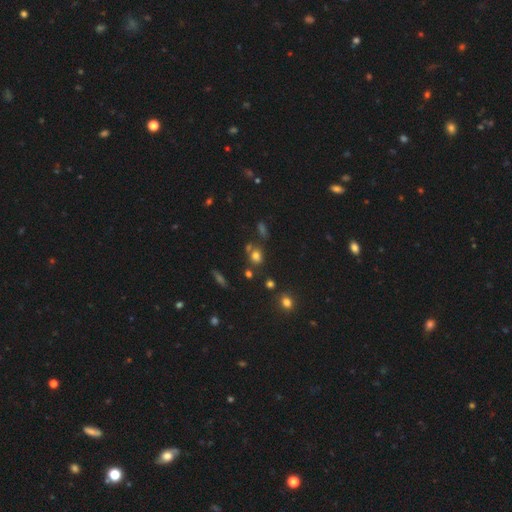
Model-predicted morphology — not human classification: A smooth galaxy with no disk features (70%) that is round (65%).

Vote fractions:
- Smooth or featured? smooth: 70% / star or artifact: 21% / featured or disk: 10%
- How rounded? round: 65% / in between: 33% / cigar-shaped: 2%
- Merging? none: 63% / merger: 19% / minor disturbance: 13% / major disturbance: 5%